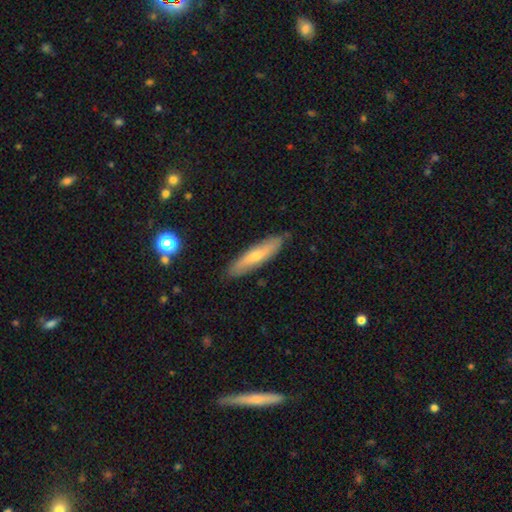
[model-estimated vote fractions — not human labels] smooth-or-featured: smooth: 57% | featured or disk: 37% | star or artifact: 6%
  how-rounded: cigar-shaped: 78% | in between: 21% | round: 2%
  merging: none: 85% | minor disturbance: 12% | major disturbance: 2% | merger: 1%